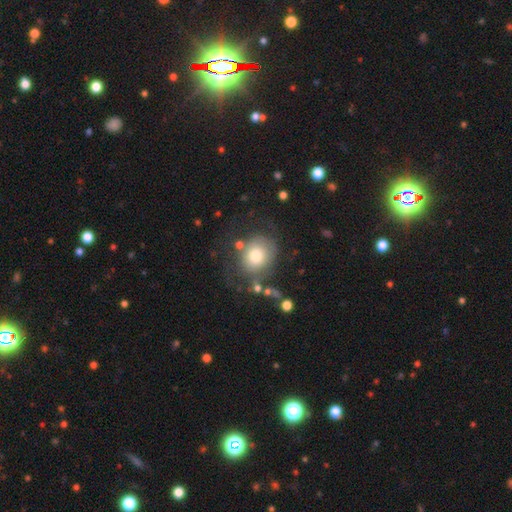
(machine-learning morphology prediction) A smooth galaxy with no disk features (71%) that is round (78%). Merging: none (58%).